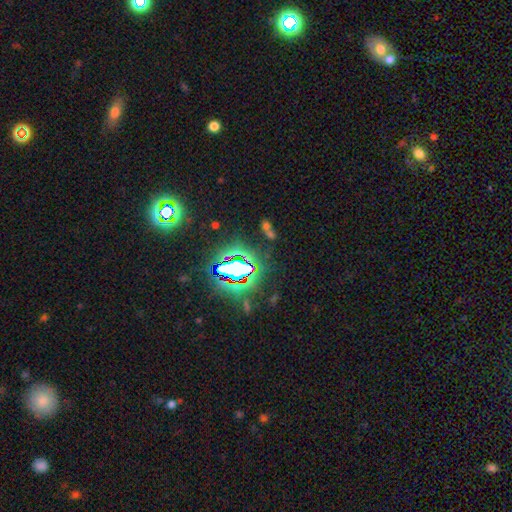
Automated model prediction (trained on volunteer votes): Smooth or featured? star or artifact (82%)